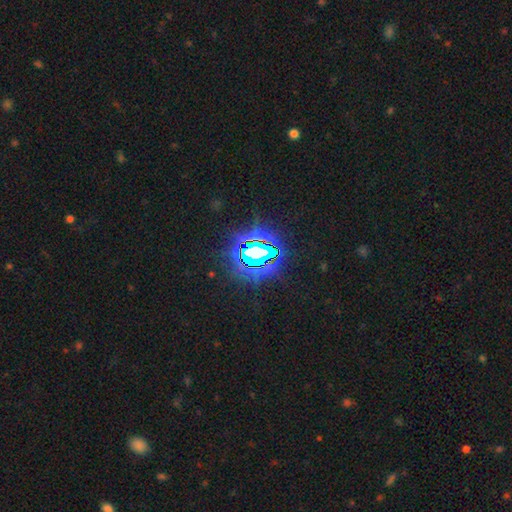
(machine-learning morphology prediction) smooth_or_featured: star or artifact (p=0.79) [alt: featured or disk p=0.11]